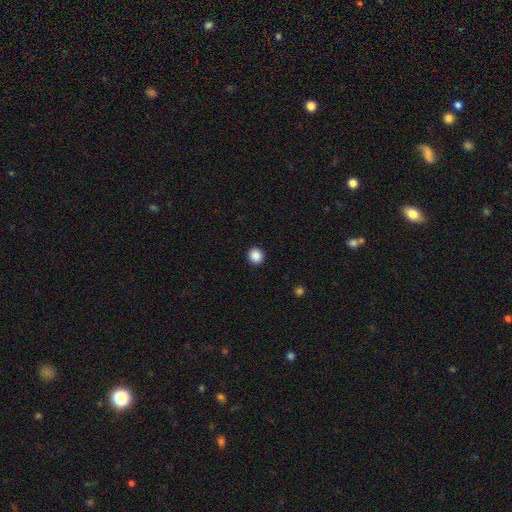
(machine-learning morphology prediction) smooth 88%, star or artifact 10%, featured or disk 3%. Down the decision tree: how rounded — round (92%); merging — none (93%).